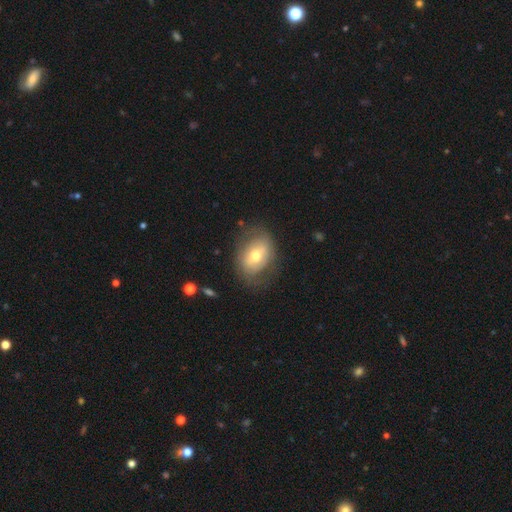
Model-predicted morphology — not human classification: Smooth or featured? Predicted: smooth (p=0.52). How rounded? Predicted: in between (p=0.67). Merging? Predicted: none (p=0.70).